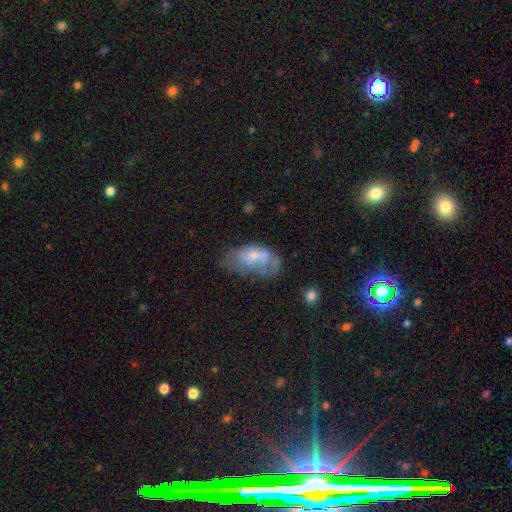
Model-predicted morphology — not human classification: Smooth or featured?
  - featured or disk: 46% *
  - smooth: 44%
  - star or artifact: 10%
Merging?
  - none: 32% *
  - major disturbance: 29%
  - minor disturbance: 27%
  - merger: 12%